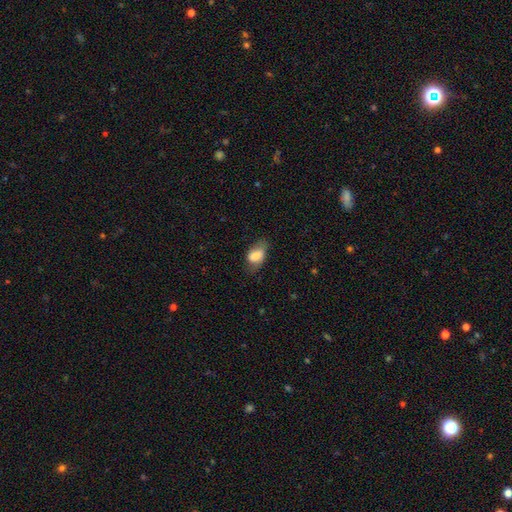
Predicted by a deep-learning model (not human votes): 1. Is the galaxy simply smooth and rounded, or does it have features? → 78% smooth, 14% featured or disk, 7% star or artifact.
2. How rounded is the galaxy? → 87% in between, 10% round, 2% cigar-shaped.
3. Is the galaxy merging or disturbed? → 58% none, 29% minor disturbance, 12% major disturbance, 1% merger.